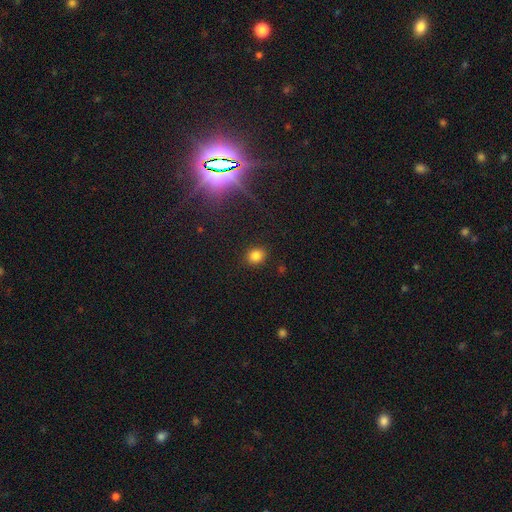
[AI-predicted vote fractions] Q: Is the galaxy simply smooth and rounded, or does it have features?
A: smooth — 82%.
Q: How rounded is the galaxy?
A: round — 68%.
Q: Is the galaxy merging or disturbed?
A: none — 90%.